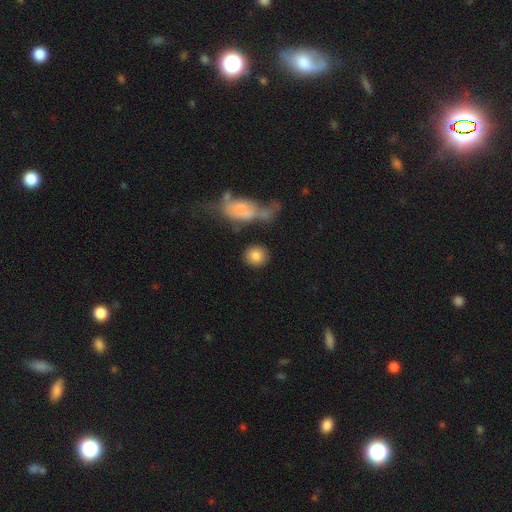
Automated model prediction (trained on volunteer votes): A smooth galaxy with no disk features (83%) that is round (84%). Merging: none (78%).